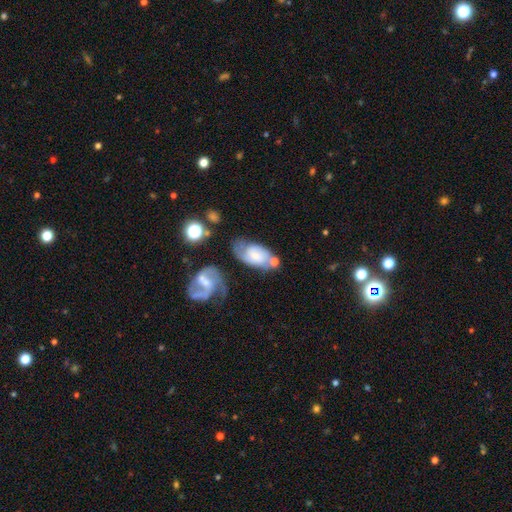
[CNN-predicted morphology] Smooth or featured: featured or disk — 50% (smooth — 43%)
Merging: none — 41% (minor disturbance — 24%)